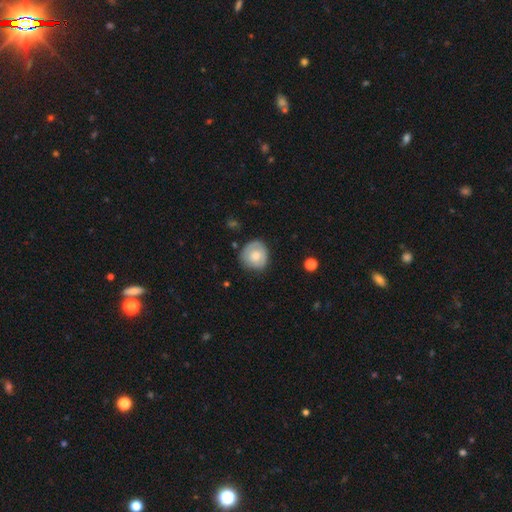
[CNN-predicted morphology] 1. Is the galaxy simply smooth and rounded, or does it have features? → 64% smooth, 30% featured or disk, 7% star or artifact.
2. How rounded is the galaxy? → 84% round, 15% in between, 1% cigar-shaped.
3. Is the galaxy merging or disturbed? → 70% none, 23% minor disturbance, 6% major disturbance, 2% merger.